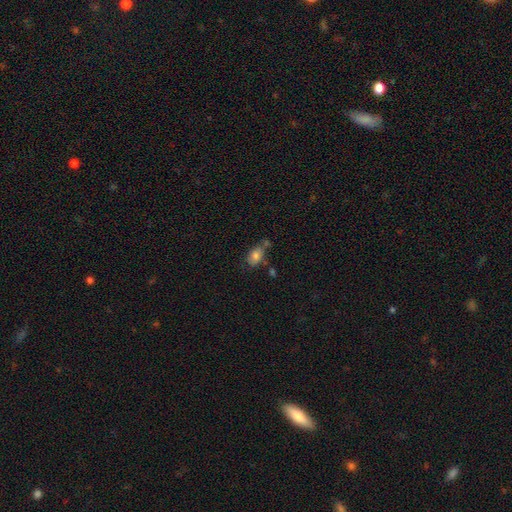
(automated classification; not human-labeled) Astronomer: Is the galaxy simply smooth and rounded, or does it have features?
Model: smooth — 79%.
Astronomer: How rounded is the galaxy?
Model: in between — 85%.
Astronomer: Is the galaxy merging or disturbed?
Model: none — 53%.